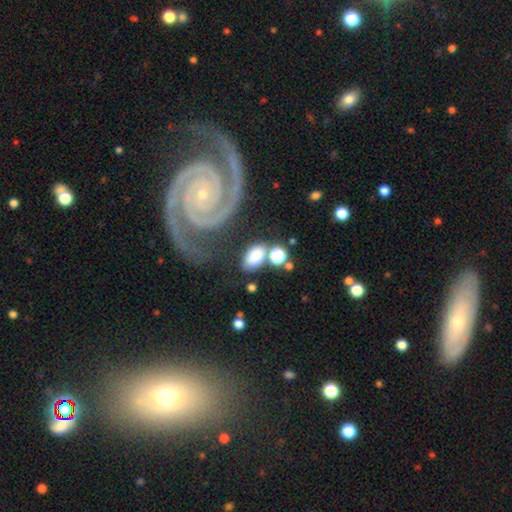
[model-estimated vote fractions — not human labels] smooth 76%, featured or disk 14%, star or artifact 10%. Down the decision tree: how rounded — in between (86%); merging — none (55%).